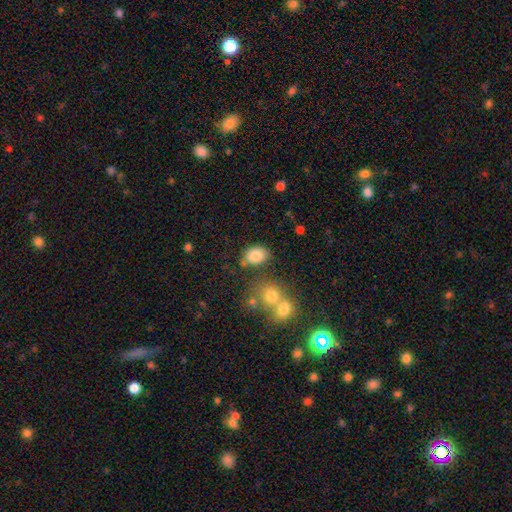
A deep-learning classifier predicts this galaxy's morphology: Smooth or featured? smooth (81%)
How rounded? in between (73%)
Merging? none (67%)